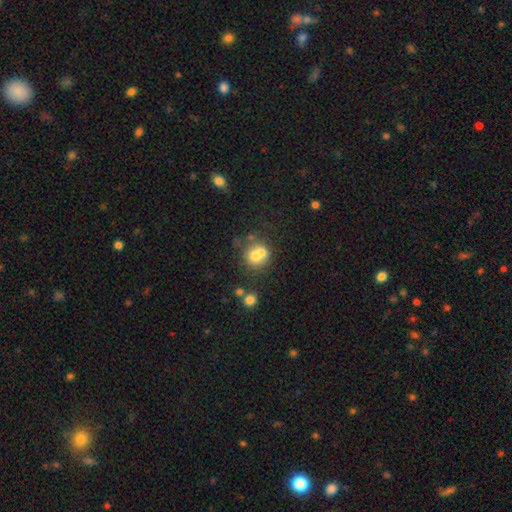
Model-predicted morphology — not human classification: smooth 67%, featured or disk 21%, star or artifact 12%. Down the decision tree: how rounded — round (79%); merging — merger (50%).